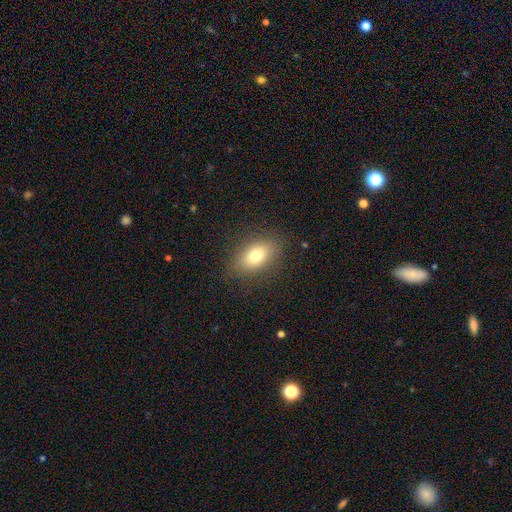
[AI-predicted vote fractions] Smooth or featured? Predicted: smooth (p=0.75). How rounded? Predicted: in between (p=0.85). Merging? Predicted: none (p=0.85).